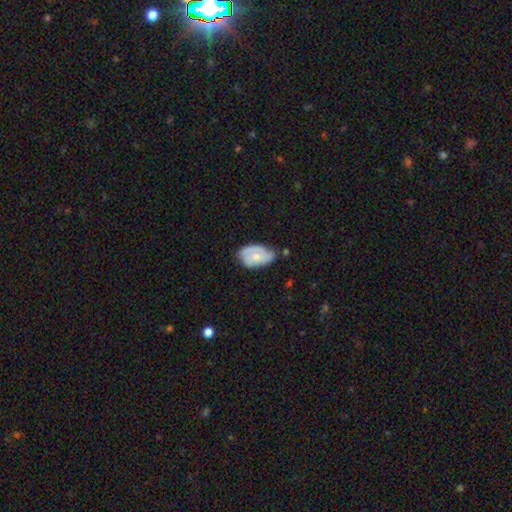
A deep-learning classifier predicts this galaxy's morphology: Q: Smooth or featured?
A: featured or disk (48%); runner-up: smooth (46%)
Q: Merging?
A: none (50%); runner-up: minor disturbance (36%)